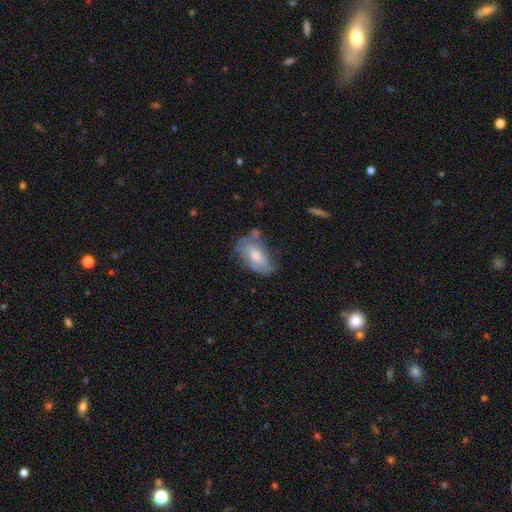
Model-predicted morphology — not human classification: A smooth galaxy with no disk features (51%) that is in between round and cigar-shaped (91%). Merging: none (44%).